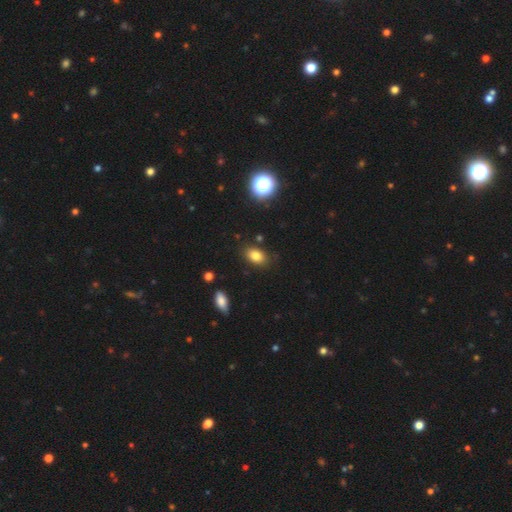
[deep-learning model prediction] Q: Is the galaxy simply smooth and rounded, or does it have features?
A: smooth — 81%.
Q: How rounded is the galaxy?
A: in between — 83%.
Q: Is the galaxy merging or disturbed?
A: none — 84%.